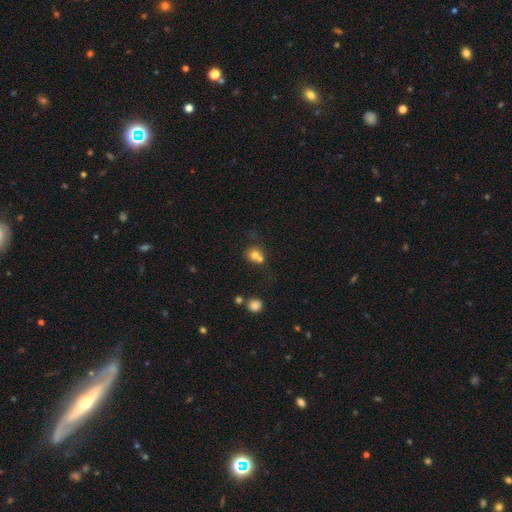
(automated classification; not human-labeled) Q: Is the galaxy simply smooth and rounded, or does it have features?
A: smooth — 72%.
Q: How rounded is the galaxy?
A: round — 81%.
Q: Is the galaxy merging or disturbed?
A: merger — 50%.